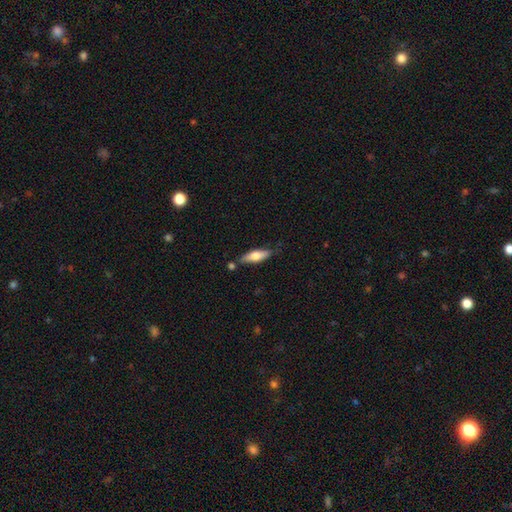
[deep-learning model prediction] Smooth or featured? Predicted: smooth (p=0.67). How rounded? Predicted: cigar-shaped (p=0.51). Merging? Predicted: none (p=0.73).